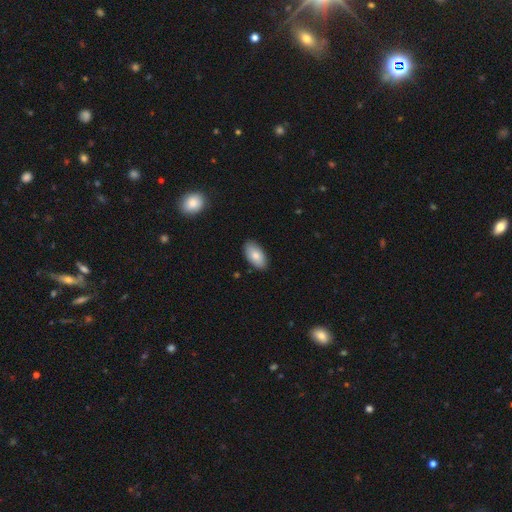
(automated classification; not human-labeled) Morphology: type=smooth (82%); roundness=in between (95%); merging=none (87%).